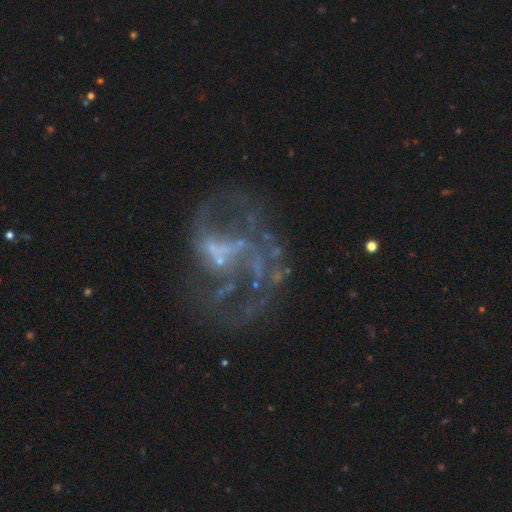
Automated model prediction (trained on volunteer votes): featured or disk 74%, star or artifact 16%, smooth 9%. Down the decision tree: edge-on disk — no (98%); bar — no (60%); spiral arms — yes (54%); bulge size — none (58%); merging — none (40%, tied with major disturbance).